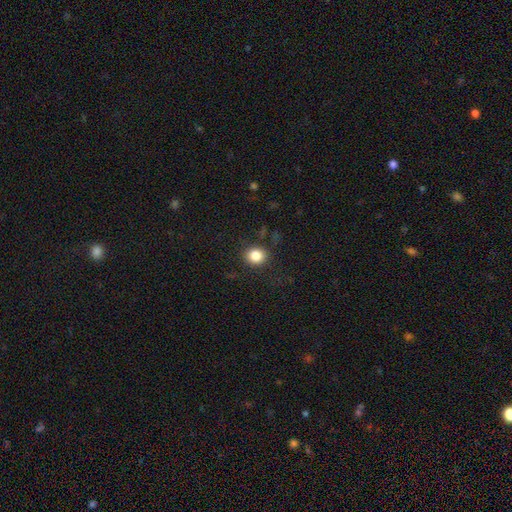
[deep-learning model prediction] Smooth or featured: smooth — 84% (star or artifact — 11%)
How rounded: round — 80% (in between — 19%)
Merging: none — 86% (minor disturbance — 9%)